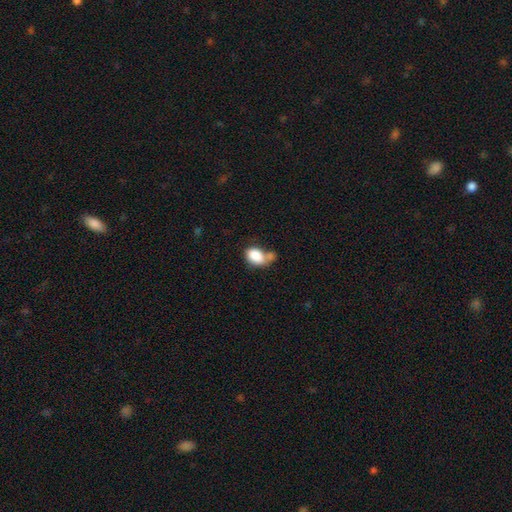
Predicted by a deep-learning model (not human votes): Overall: smooth (85%). How rounded: in between (82%). Merging: merger (36%; none 35%).